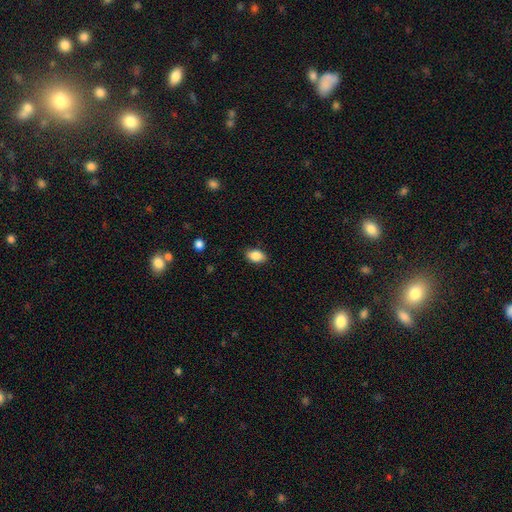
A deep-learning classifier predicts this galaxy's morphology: smooth-or-featured: smooth: 86% | star or artifact: 8% | featured or disk: 6%
  how-rounded: in between: 87% | round: 12% | cigar-shaped: 2%
  merging: none: 86% | minor disturbance: 11% | major disturbance: 2% | merger: 1%